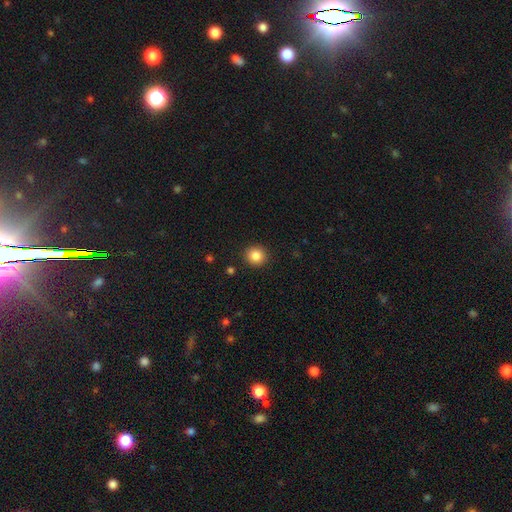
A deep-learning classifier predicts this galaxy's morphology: Smooth or featured: smooth — 86% (star or artifact — 10%)
How rounded: round — 90% (in between — 9%)
Merging: none — 91% (minor disturbance — 5%)